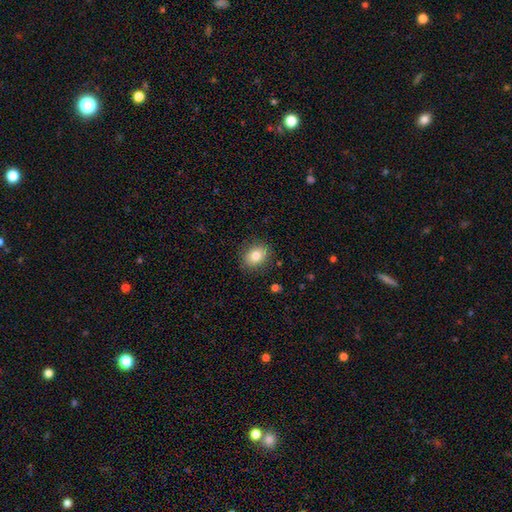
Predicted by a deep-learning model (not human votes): Smooth or featured: smooth — 80% (featured or disk — 11%)
How rounded: in between — 60% (round — 39%)
Merging: none — 86% (minor disturbance — 10%)